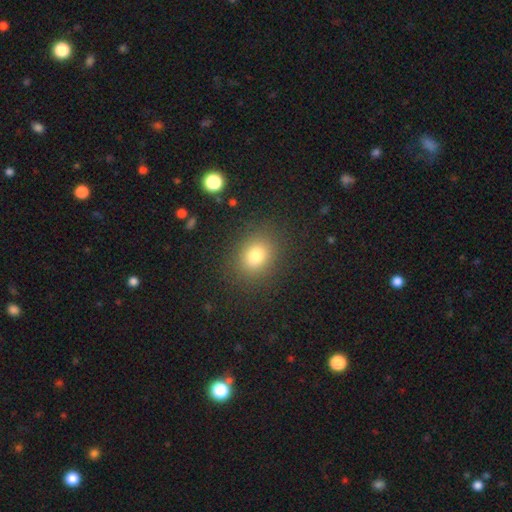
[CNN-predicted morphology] The model was most divided on "how rounded": round: 56%, in between: 43%, cigar-shaped: 1%. More confident: merging — none (86%); smooth or featured — smooth (78%).